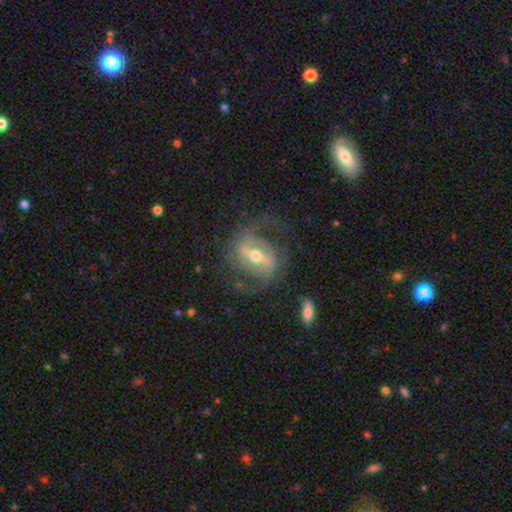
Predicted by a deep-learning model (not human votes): The model was most divided on "spiral winding": medium: 49%, loose: 31%, tight: 20%. More confident: edge-on disk — no (95%); spiral arms — yes (94%); smooth or featured — featured or disk (88%); spiral arm count — 2 (81%); bulge size — moderate (67%); merging — none (67%); bar — strong (59%).